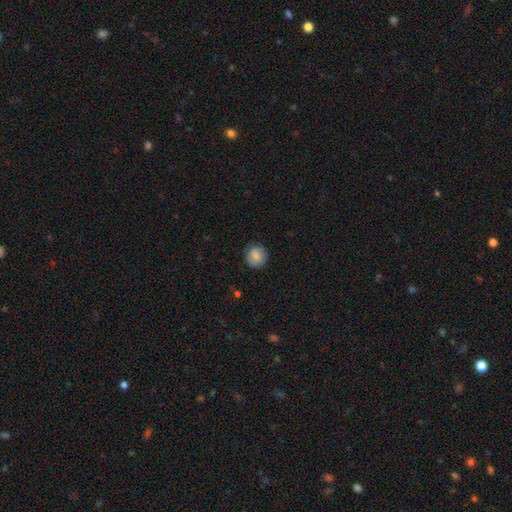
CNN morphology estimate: This is clearly a smooth galaxy (83%). How rounded: clearly round (86%). Merging: clearly none (85%).